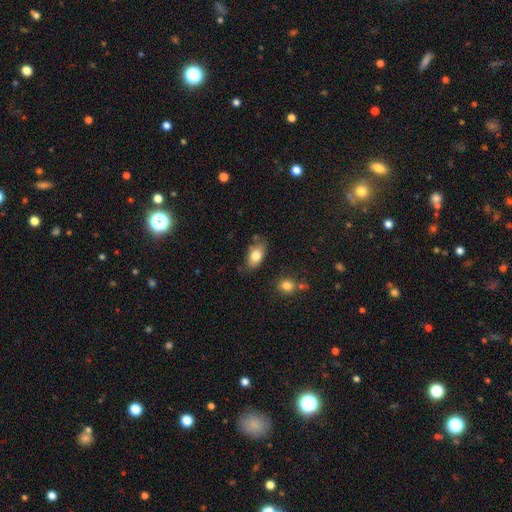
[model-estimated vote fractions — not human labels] Q: Smooth or featured?
A: smooth (80%); runner-up: featured or disk (13%)
Q: How rounded?
A: in between (90%); runner-up: round (6%)
Q: Merging?
A: none (71%); runner-up: minor disturbance (20%)